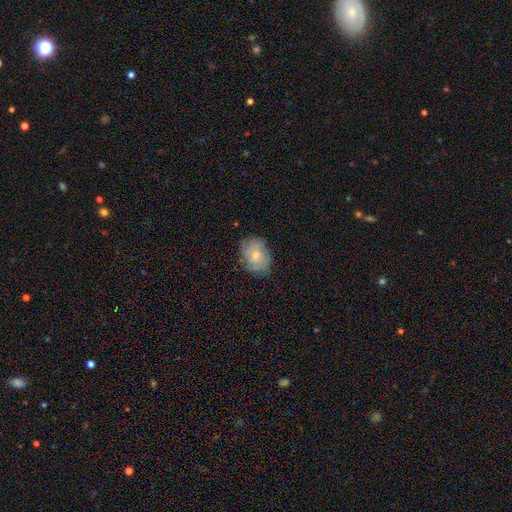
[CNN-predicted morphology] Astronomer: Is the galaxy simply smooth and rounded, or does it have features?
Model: smooth — 59%.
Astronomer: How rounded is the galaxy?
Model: in between — 60% (runner-up: round, 39%).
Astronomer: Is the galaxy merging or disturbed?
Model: none — 73%.